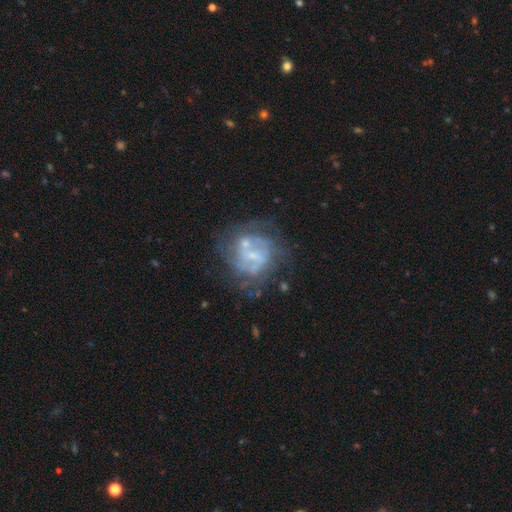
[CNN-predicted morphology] This is likely a featured or disk galaxy (71%). It is clearly not viewed edge-on (97%). Bar: marginally no (45%). Spiral arm pattern: likely yes (61%). Central bulge: possibly small (47%). Merging: possibly none (56%).